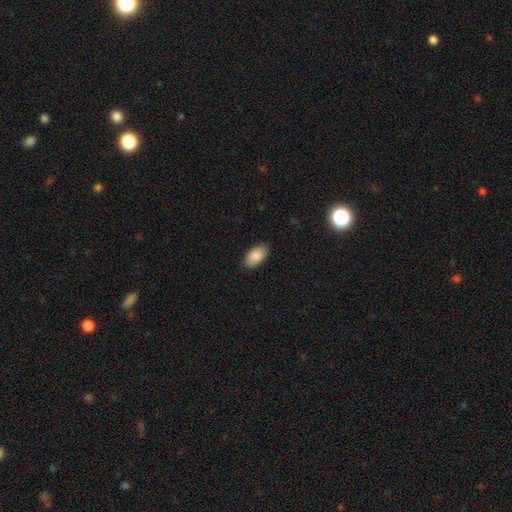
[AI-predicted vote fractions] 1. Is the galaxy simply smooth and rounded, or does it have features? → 88% smooth, 7% star or artifact, 5% featured or disk.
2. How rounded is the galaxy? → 95% in between, 4% round, 2% cigar-shaped.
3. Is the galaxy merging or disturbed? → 85% none, 11% minor disturbance, 2% major disturbance, 1% merger.